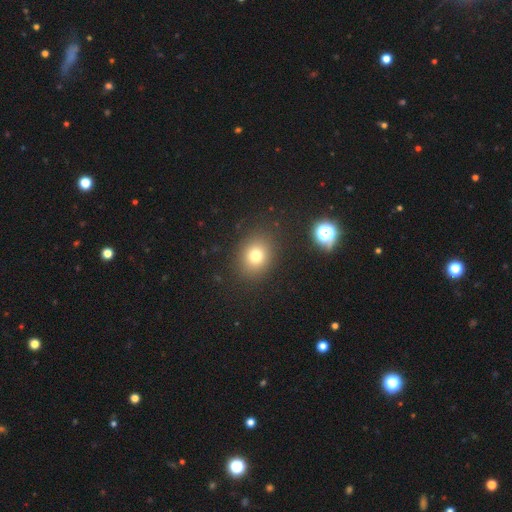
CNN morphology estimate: Overall: smooth (76%). How rounded: round (59%; in between 40%). Merging: none (86%).